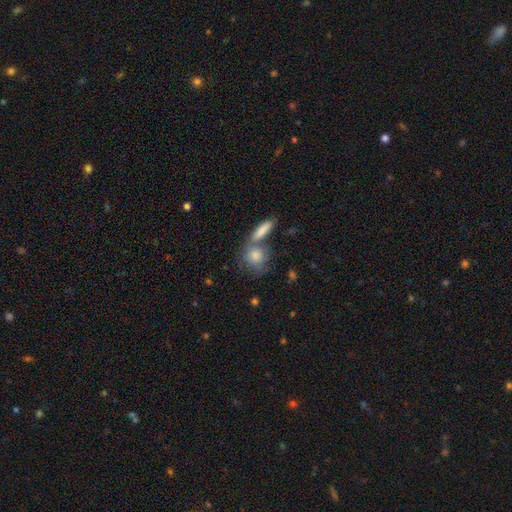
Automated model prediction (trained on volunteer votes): Smooth or featured?
  - smooth: 78% *
  - featured or disk: 15%
  - star or artifact: 7%
How rounded?
  - round: 61% *
  - in between: 32%
  - cigar-shaped: 6%
Merging?
  - none: 45% *
  - merger: 36%
  - minor disturbance: 13%
  - major disturbance: 6%